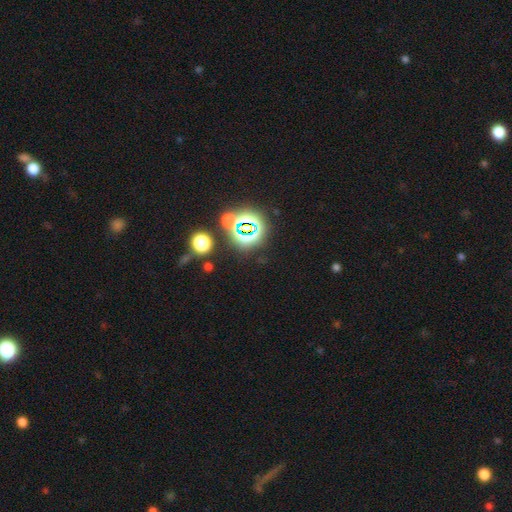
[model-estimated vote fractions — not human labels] A star or artifact, not a galaxy (78%).

Vote fractions:
- Smooth or featured? star or artifact: 78% / smooth: 15% / featured or disk: 7%